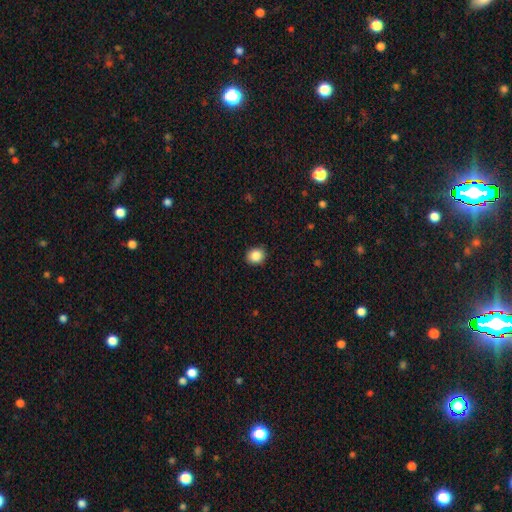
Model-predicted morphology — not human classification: type=smooth (86%); roundness=round (81%); merging=none (90%).